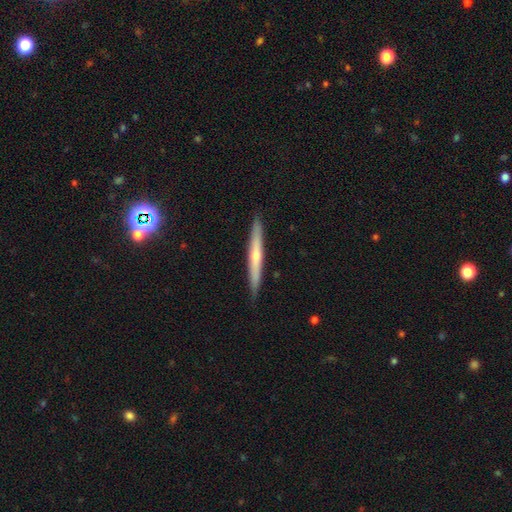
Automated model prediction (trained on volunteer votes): A featured or disk galaxy (64%) viewed edge-on (96%) with a rounded central bulge (69%). Merging: none (90%).